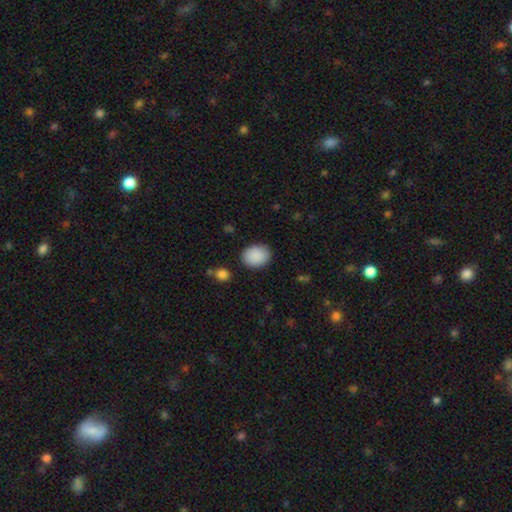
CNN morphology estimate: smooth_or_featured: smooth (p=0.90) [alt: star or artifact p=0.07]
how_rounded: in between (p=0.55) [alt: round p=0.44]
merging: none (p=0.85) [alt: minor disturbance p=0.10]